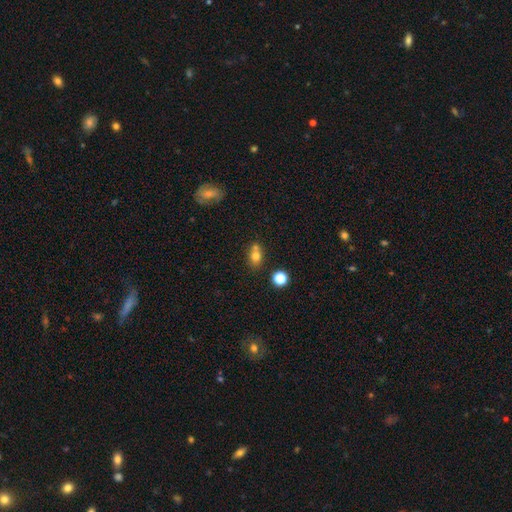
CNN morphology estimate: smooth_or_featured: smooth (p=0.75) [alt: star or artifact p=0.13]
how_rounded: round (p=0.50) [alt: in between p=0.48]
merging: none (p=0.49) [alt: merger p=0.35]